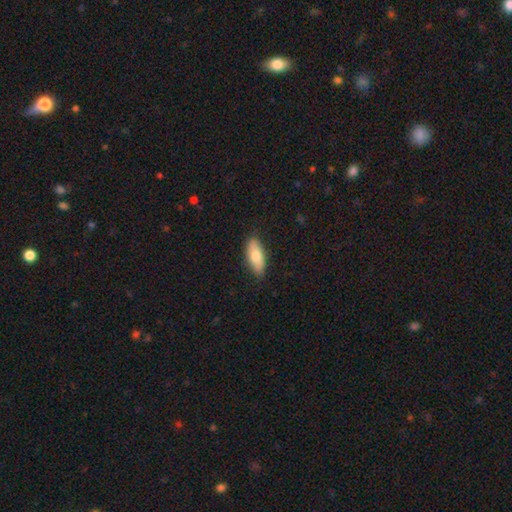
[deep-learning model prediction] Overall: smooth (75%). How rounded: in between (82%). Merging: none (85%).